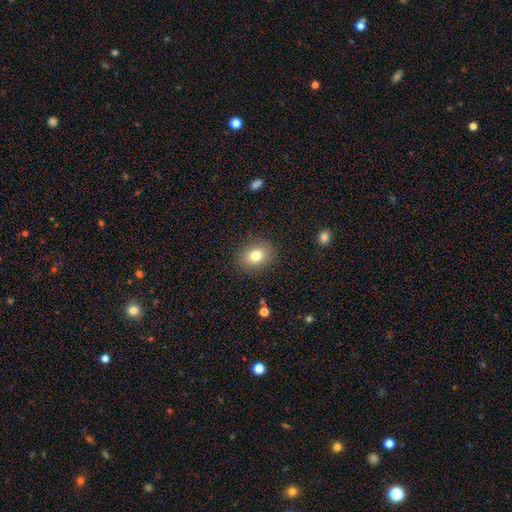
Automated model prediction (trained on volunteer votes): Smooth or featured?
  - smooth: 80% *
  - star or artifact: 10%
  - featured or disk: 10%
How rounded?
  - in between: 60% *
  - round: 39%
  - cigar-shaped: 1%
Merging?
  - none: 87% *
  - minor disturbance: 9%
  - major disturbance: 3%
  - merger: 1%